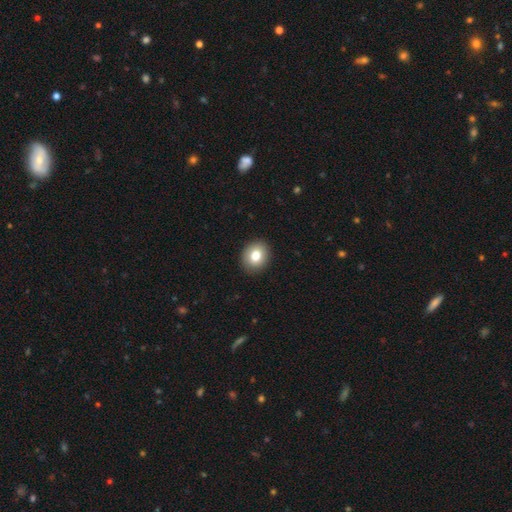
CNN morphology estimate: Smooth or featured? Predicted: smooth (p=0.80). How rounded? Predicted: round (p=0.67). Merging? Predicted: none (p=0.91).